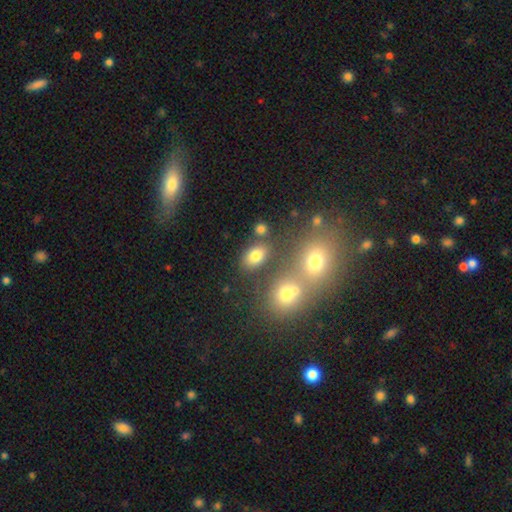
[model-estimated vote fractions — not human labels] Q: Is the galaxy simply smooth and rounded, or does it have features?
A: smooth — 77%.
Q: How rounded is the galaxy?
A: in between — 79%.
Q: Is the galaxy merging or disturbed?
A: none — 72%.